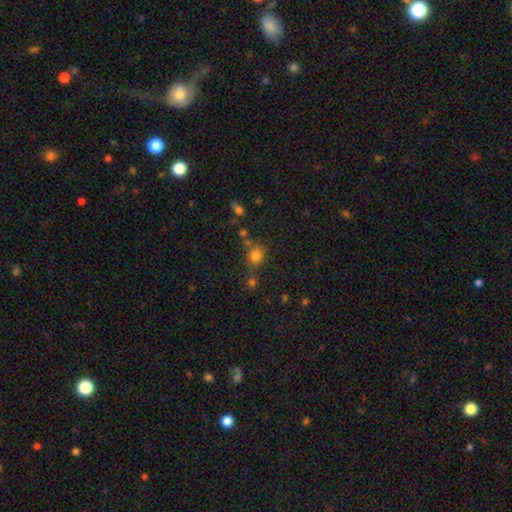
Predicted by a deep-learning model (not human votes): Smooth or featured: smooth — 77% (star or artifact — 15%)
How rounded: round — 76% (in between — 23%)
Merging: none — 67% (merger — 15%)